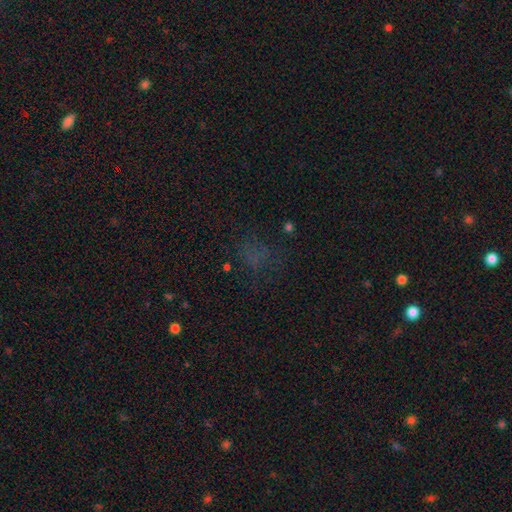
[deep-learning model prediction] Morphology: type=smooth (45%); merging=none (63%).